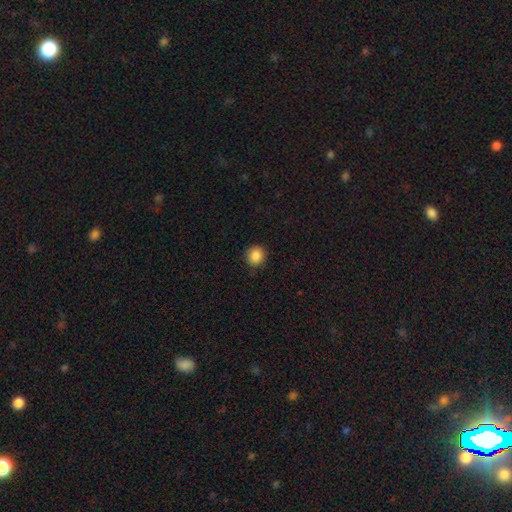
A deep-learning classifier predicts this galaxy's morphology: type=smooth (88%); roundness=round (89%); merging=none (89%).